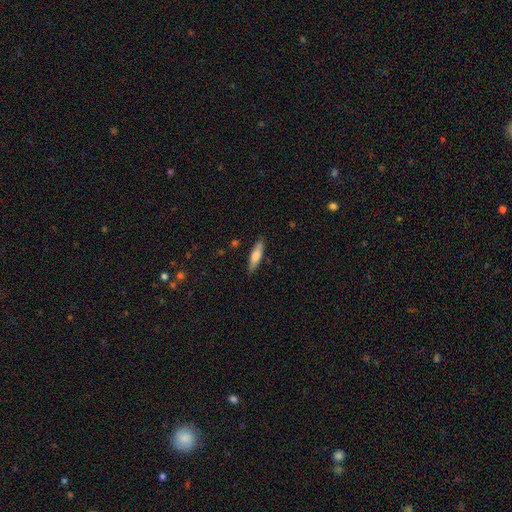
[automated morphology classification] Q: Smooth or featured?
A: smooth (68%); runner-up: featured or disk (27%)
Q: How rounded?
A: cigar-shaped (71%); runner-up: in between (28%)
Q: Merging?
A: none (87%); runner-up: minor disturbance (10%)